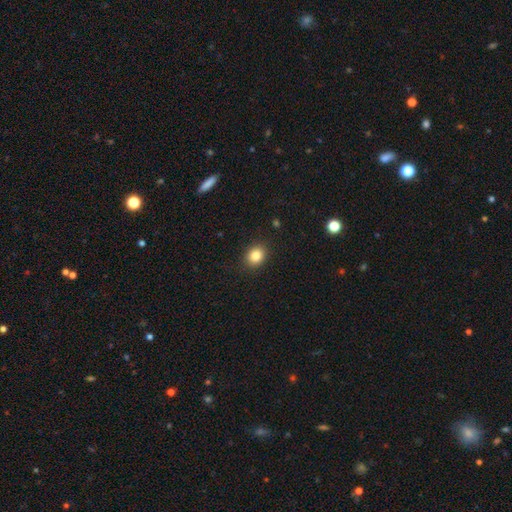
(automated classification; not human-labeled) Smooth or featured: smooth — 84% (star or artifact — 10%)
How rounded: round — 59% (in between — 40%)
Merging: none — 89% (minor disturbance — 8%)